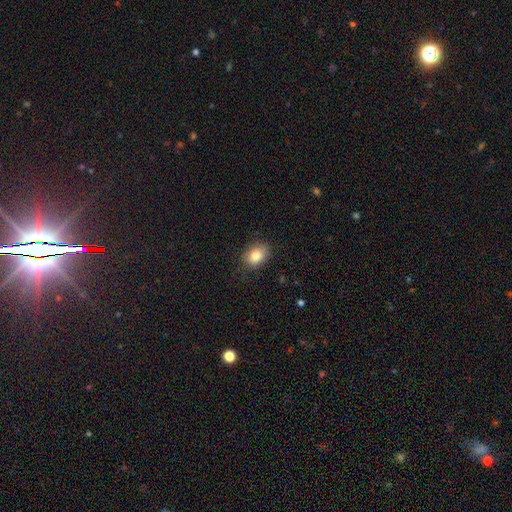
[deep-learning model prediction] Smooth or featured: smooth — 83% (star or artifact — 9%)
How rounded: in between — 73% (round — 26%)
Merging: none — 82% (minor disturbance — 14%)